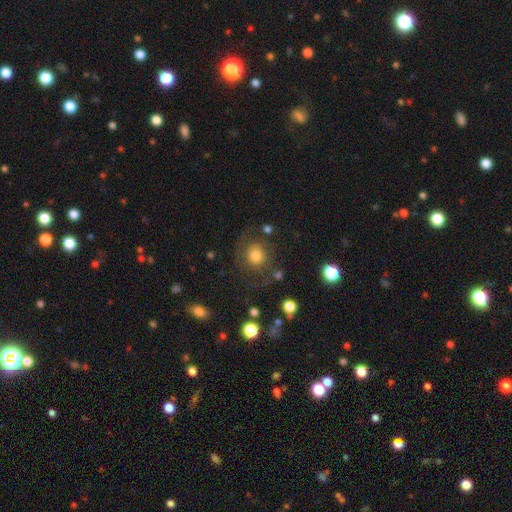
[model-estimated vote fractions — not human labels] Morphology: type=smooth (62%); roundness=round (87%); merging=none (67%).